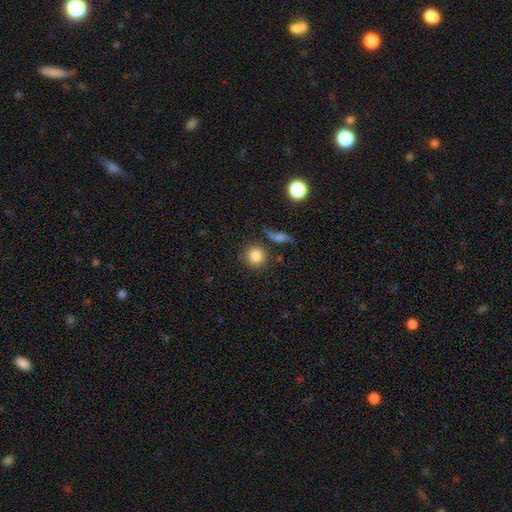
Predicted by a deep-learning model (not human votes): Smooth or featured? Predicted: smooth (p=0.83). How rounded? Predicted: round (p=0.90). Merging? Predicted: none (p=0.77).